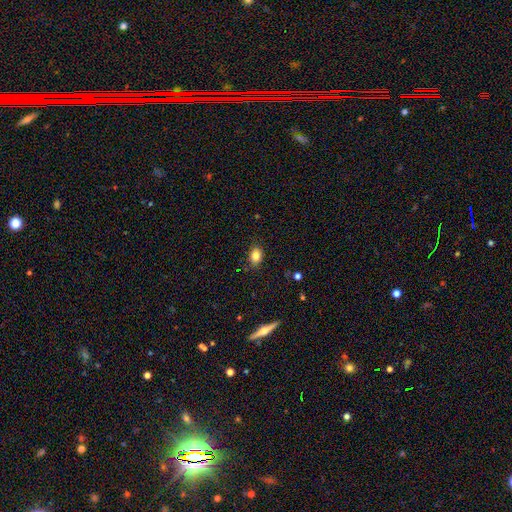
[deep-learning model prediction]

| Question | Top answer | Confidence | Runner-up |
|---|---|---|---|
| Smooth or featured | smooth | 83% | star or artifact (10%) |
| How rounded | in between | 69% | round (30%) |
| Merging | none | 85% | minor disturbance (12%) |